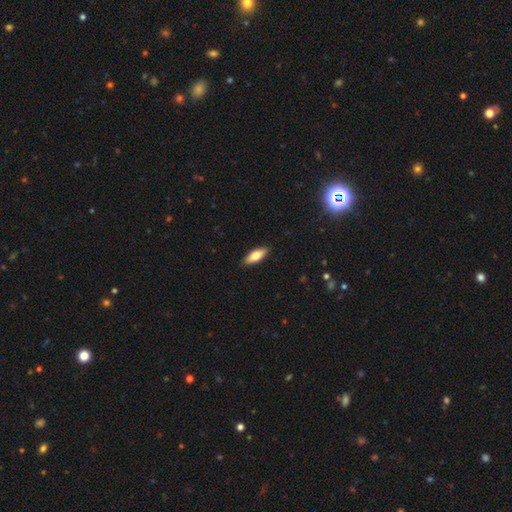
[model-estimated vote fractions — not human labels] Q: Smooth or featured?
A: smooth (70%); runner-up: featured or disk (24%)
Q: How rounded?
A: in between (66%); runner-up: cigar-shaped (32%)
Q: Merging?
A: none (90%); runner-up: minor disturbance (8%)